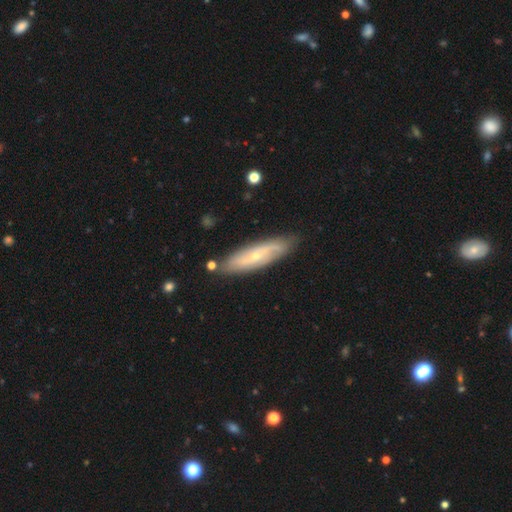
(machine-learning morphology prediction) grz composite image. It shows a featured or disk galaxy (61%). Merging: none (80%).